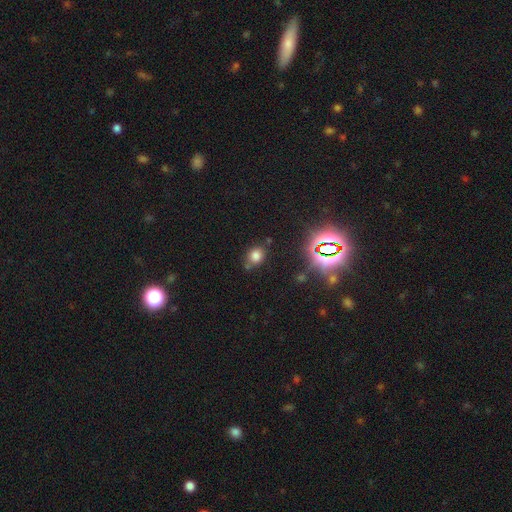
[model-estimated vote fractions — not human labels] Smooth or featured? Predicted: smooth (p=0.72). How rounded? Predicted: round (p=0.52). Merging? Predicted: none (p=0.68).